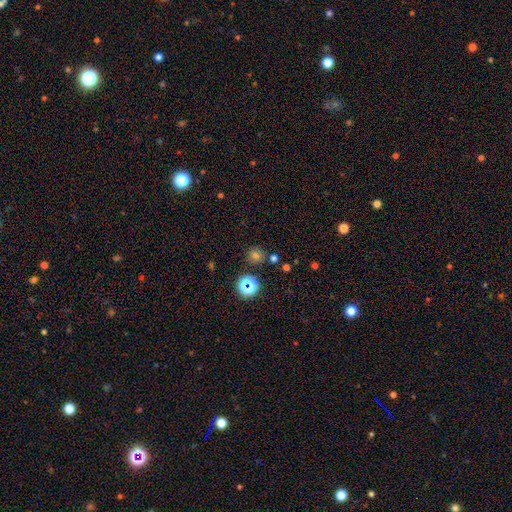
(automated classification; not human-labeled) Smooth or featured? Predicted: smooth (p=0.66). How rounded? Predicted: round (p=0.89). Merging? Predicted: none (p=0.81).